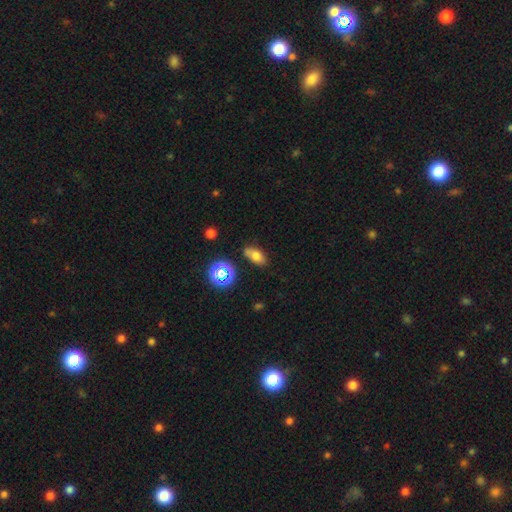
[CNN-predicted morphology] smooth_or_featured: smooth (p=0.68) [alt: star or artifact p=0.17]
how_rounded: in between (p=0.84) [alt: round p=0.10]
merging: none (p=0.67) [alt: minor disturbance p=0.22]